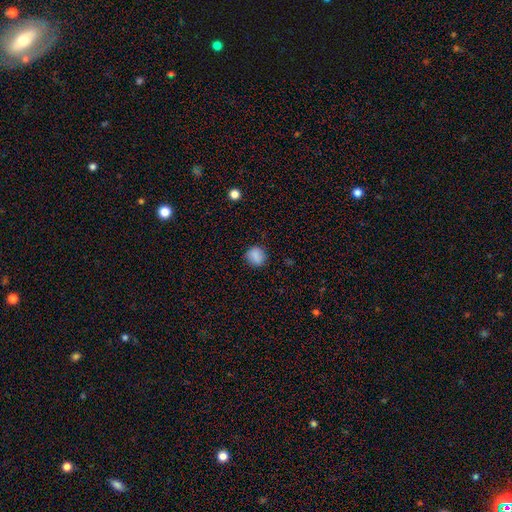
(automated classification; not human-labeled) The model was most divided on "how rounded": round: 82%, in between: 17%, cigar-shaped: 1%. More confident: smooth or featured — smooth (85%); merging — none (84%).